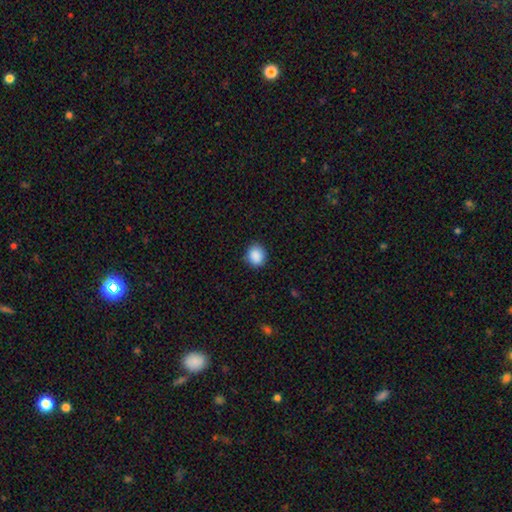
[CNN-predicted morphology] Overall: smooth (89%). How rounded: round (66%; in between 33%). Merging: none (87%).